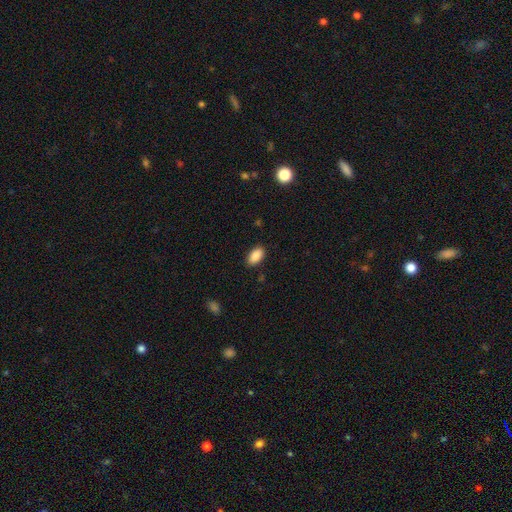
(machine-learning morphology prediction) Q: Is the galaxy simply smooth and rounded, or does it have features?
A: smooth — 89%.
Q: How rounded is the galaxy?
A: in between — 93%.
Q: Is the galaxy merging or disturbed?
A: none — 87%.